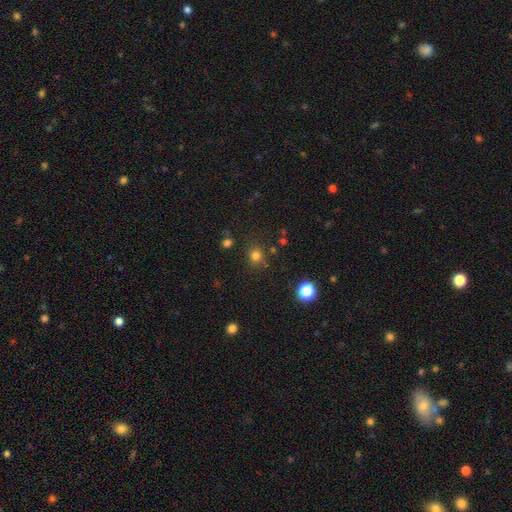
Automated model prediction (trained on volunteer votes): smooth_or_featured: smooth (p=0.77) [alt: star or artifact p=0.18]
how_rounded: round (p=0.86) [alt: in between p=0.13]
merging: none (p=0.82) [alt: minor disturbance p=0.11]